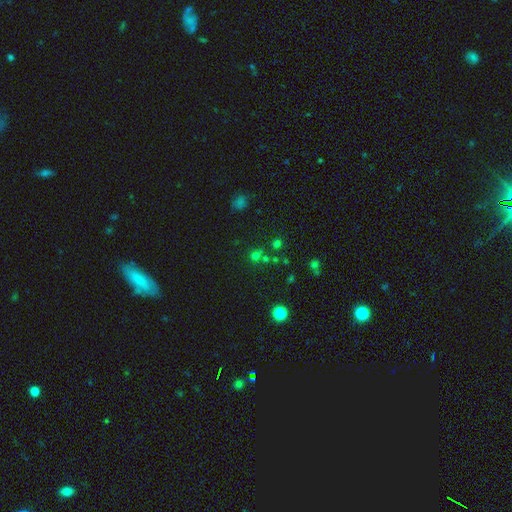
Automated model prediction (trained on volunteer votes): This appears to be a smooth galaxy with no disk features (55%) that is round (87%). Merging: none (61%).